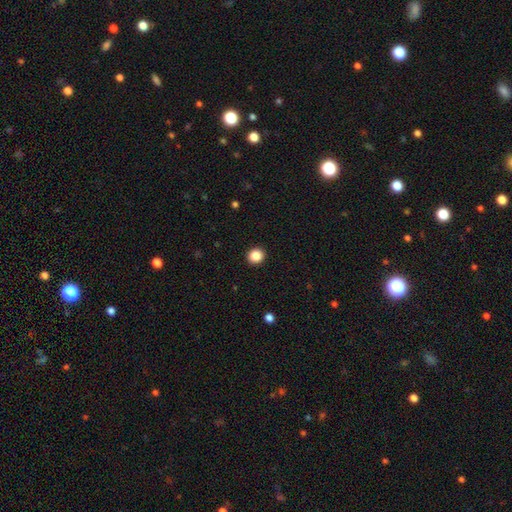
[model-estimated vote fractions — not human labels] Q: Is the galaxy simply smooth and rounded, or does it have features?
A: smooth — 87%.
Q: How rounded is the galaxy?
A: round — 89%.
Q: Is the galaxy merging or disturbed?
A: none — 93%.